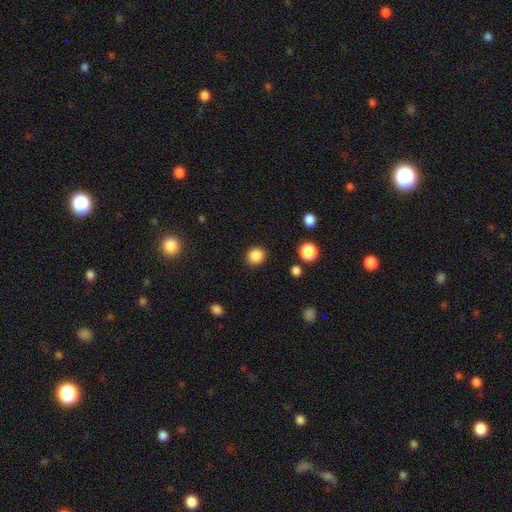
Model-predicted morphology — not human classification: Smooth or featured: smooth — 73% (star or artifact — 19%)
How rounded: round — 73% (in between — 26%)
Merging: none — 79% (minor disturbance — 11%)